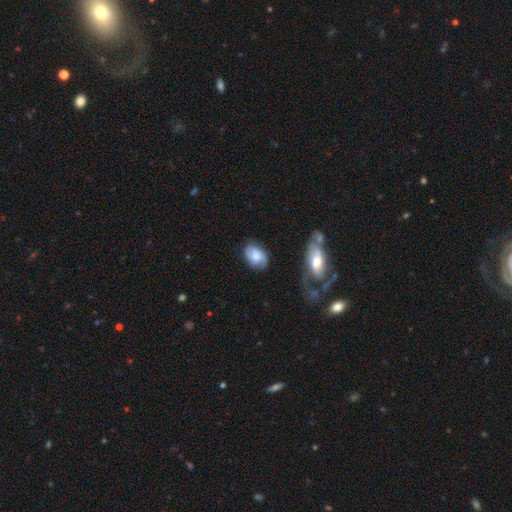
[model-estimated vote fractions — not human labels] Morphology: type=smooth (57%); roundness=in between (79%); merging=none (67%).